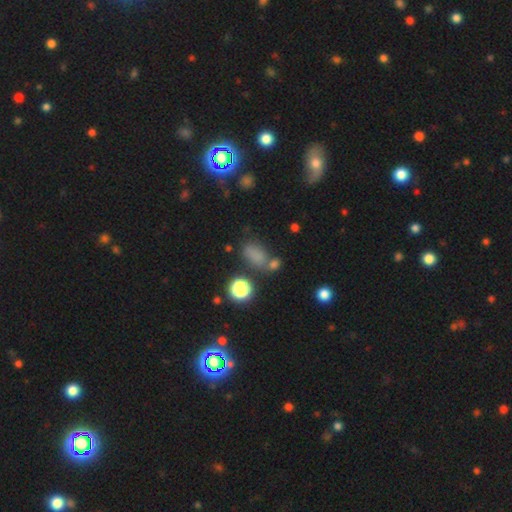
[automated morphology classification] A smooth galaxy with no disk features (70%) that is in between round and cigar-shaped (78%). Merging: none (55%).